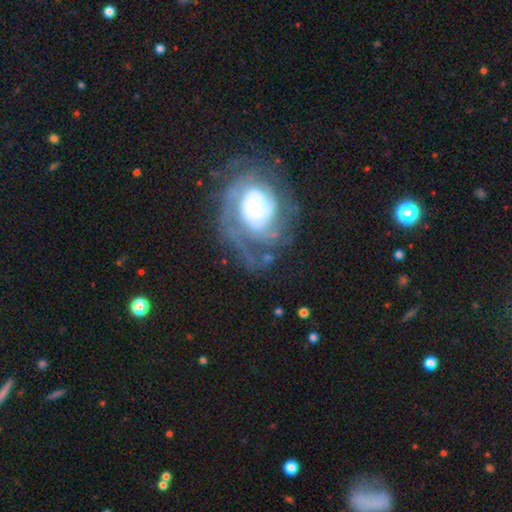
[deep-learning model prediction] Q: Smooth or featured?
A: featured or disk (77%); runner-up: star or artifact (12%)
Q: Edge-on disk?
A: no (97%); runner-up: yes (3%)
Q: Bar?
A: no (70%); runner-up: weak (23%)
Q: Spiral arms?
A: yes (91%); runner-up: no (9%)
Q: Spiral winding?
A: tight (69%); runner-up: medium (24%)
Q: Spiral arm count?
A: can't tell (38%); runner-up: 2 (25%)
Q: Bulge size?
A: moderate (37%); runner-up: small (27%)
Q: Merging?
A: none (68%); runner-up: minor disturbance (17%)